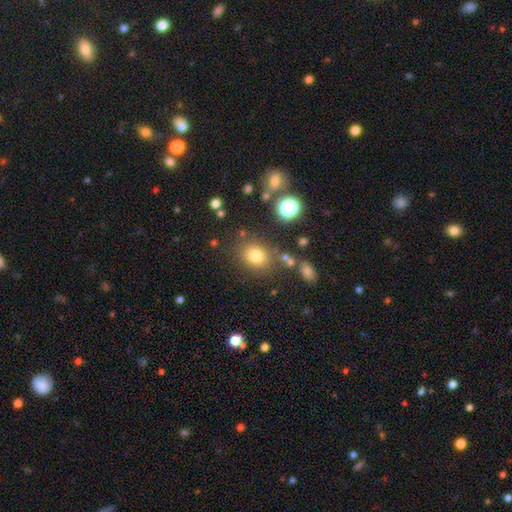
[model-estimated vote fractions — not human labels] Smooth or featured? smooth (76%)
How rounded? round (61%)
Merging? none (76%)